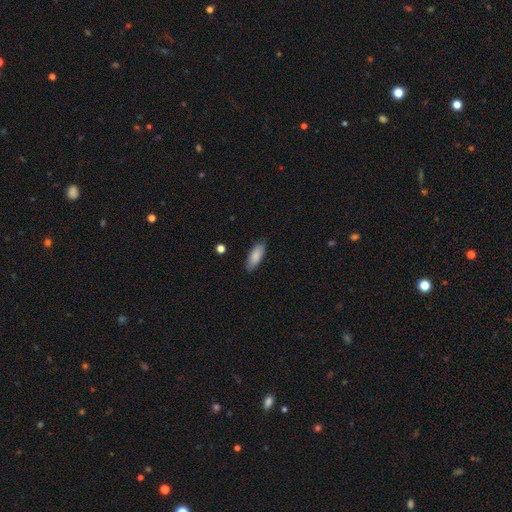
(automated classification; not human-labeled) Smooth or featured? smooth (87%)
How rounded? in between (73%)
Merging? none (84%)